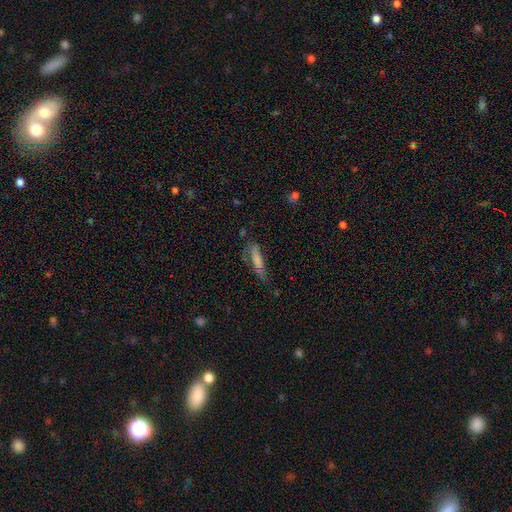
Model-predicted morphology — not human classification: The model was most divided on "smooth or featured": smooth: 49%, featured or disk: 36%, star or artifact: 15%. More confident: merging — none (59%).